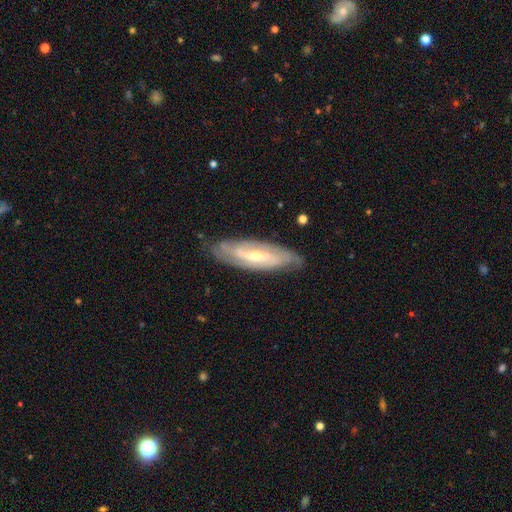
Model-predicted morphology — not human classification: Smooth or featured?
  - featured or disk: 82% *
  - smooth: 13%
  - star or artifact: 5%
Edge-on disk?
  - no: 85% *
  - yes: 15%
Bar?
  - weak: 44% *
  - no: 35%
  - strong: 22%
Spiral arms?
  - yes: 93% *
  - no: 7%
Spiral winding?
  - tight: 51% *
  - medium: 37%
  - loose: 12%
Spiral arm count?
  - 2: 56% *
  - can't tell: 25%
  - 3: 10%
  - 4: 3%
  - 1: 3%
  - more than 4: 2%
Bulge size?
  - small: 50% *
  - moderate: 46%
  - large: 2%
  - none: 1%
  - dominant: 1%
Merging?
  - none: 79% *
  - minor disturbance: 16%
  - major disturbance: 4%
  - merger: 1%